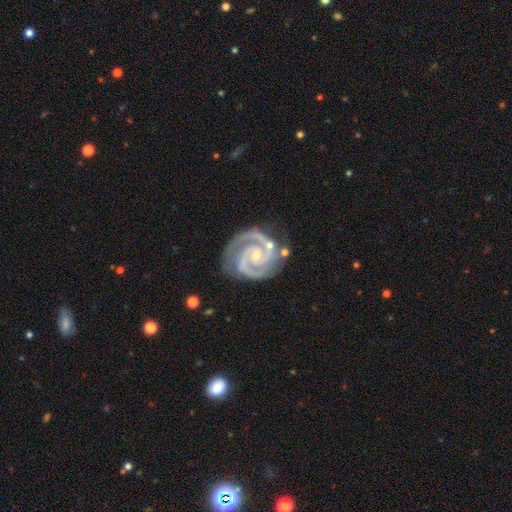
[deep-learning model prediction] smooth_or_featured: featured or disk (p=0.94) [alt: star or artifact p=0.04]
disk_edge_on: no (p=0.98) [alt: yes p=0.02]
bar: no (p=0.58) [alt: weak p=0.28]
has_spiral_arms: yes (p=0.99) [alt: no p=0.01]
spiral_winding: tight (p=0.65) [alt: medium p=0.33]
spiral_arm_count: 2 (p=0.86) [alt: 3 p=0.09]
bulge_size: small (p=0.72) [alt: moderate p=0.23]
merging: none (p=0.71) [alt: minor disturbance p=0.18]